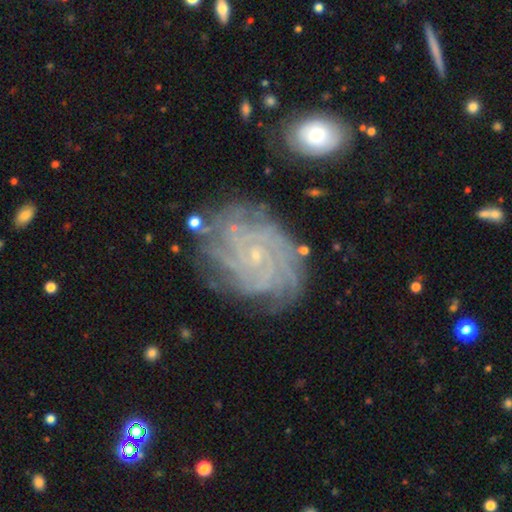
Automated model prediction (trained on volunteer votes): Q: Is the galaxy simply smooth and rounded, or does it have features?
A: featured or disk — 85%.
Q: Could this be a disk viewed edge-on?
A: no — 97%.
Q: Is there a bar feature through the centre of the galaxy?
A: no — 76%.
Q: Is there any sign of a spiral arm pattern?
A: yes — 96%.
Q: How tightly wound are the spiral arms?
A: tight — 77%.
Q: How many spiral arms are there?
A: can't tell — 27%.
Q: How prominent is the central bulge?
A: small — 87%.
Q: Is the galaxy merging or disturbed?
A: none — 77%.